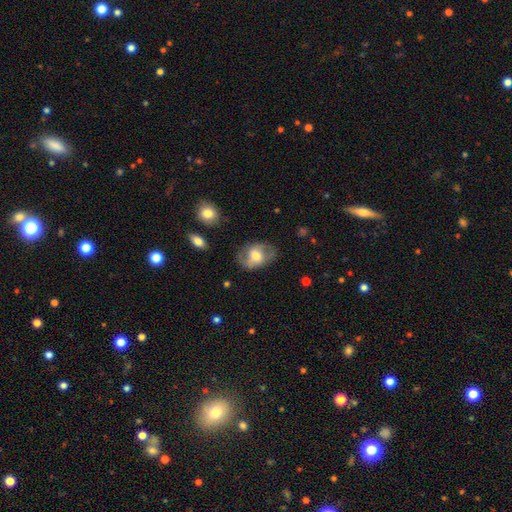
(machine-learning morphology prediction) A smooth galaxy with no disk features (49%).

Vote fractions:
- Smooth or featured? smooth: 49% / featured or disk: 44% / star or artifact: 7%
- Merging? none: 68% / minor disturbance: 20% / major disturbance: 10% / merger: 2%